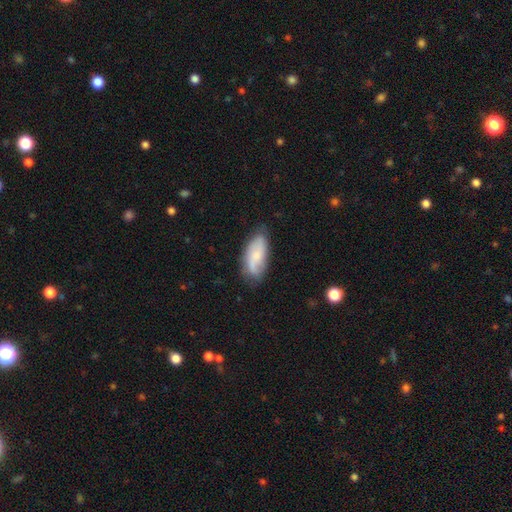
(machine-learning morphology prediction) Smooth or featured?
  - smooth: 56% *
  - featured or disk: 37%
  - star or artifact: 7%
How rounded?
  - in between: 86% *
  - cigar-shaped: 12%
  - round: 3%
Merging?
  - none: 67% *
  - minor disturbance: 25%
  - major disturbance: 7%
  - merger: 2%